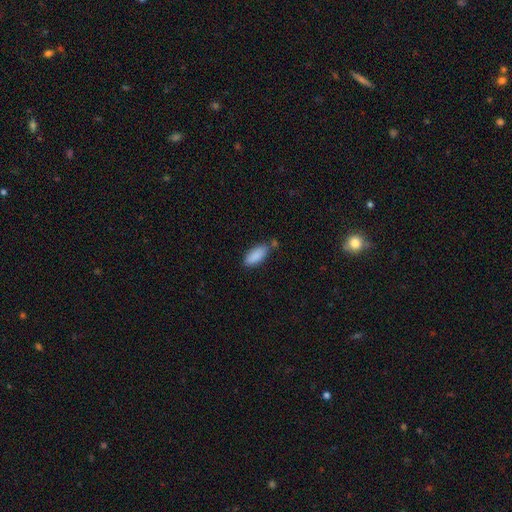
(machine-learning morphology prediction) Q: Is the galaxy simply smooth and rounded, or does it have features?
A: smooth — 88%.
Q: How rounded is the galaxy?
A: in between — 79%.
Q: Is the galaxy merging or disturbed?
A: none — 63%.